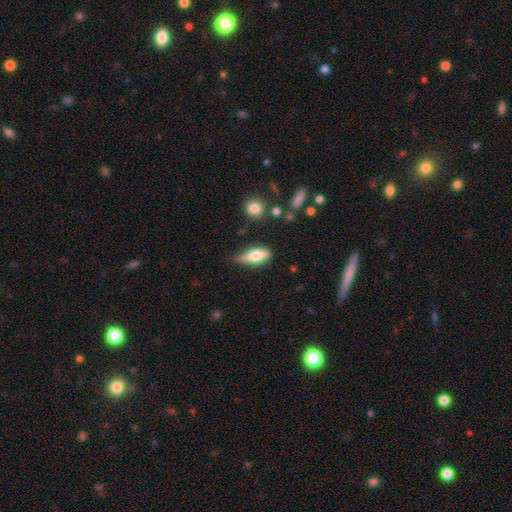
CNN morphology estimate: Overall: smooth (61%; featured or disk 31%). How rounded: in between (69%). Merging: none (56%; minor disturbance 31%).